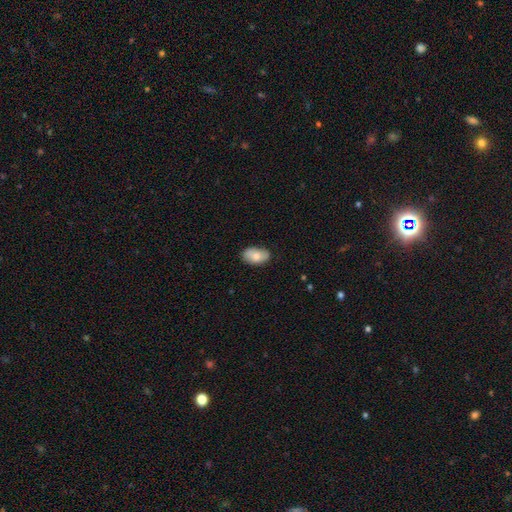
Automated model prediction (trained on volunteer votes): Smooth or featured?
  - smooth: 77% *
  - featured or disk: 16%
  - star or artifact: 7%
How rounded?
  - in between: 92% *
  - round: 6%
  - cigar-shaped: 2%
Merging?
  - none: 79% *
  - minor disturbance: 17%
  - major disturbance: 3%
  - merger: 1%